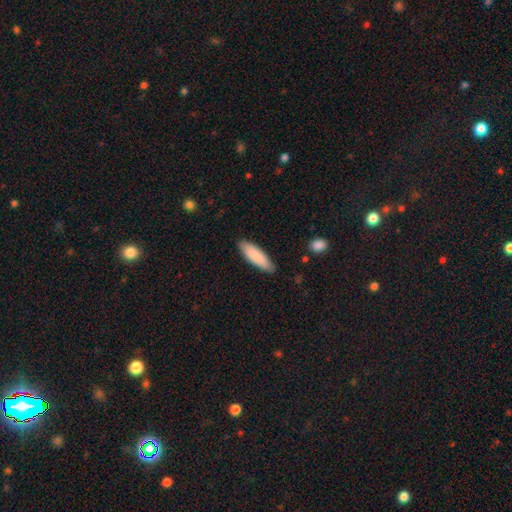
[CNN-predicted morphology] The model was most divided on "how rounded": cigar-shaped: 52%, in between: 47%, round: 1%. More confident: smooth or featured — smooth (87%); merging — none (86%).